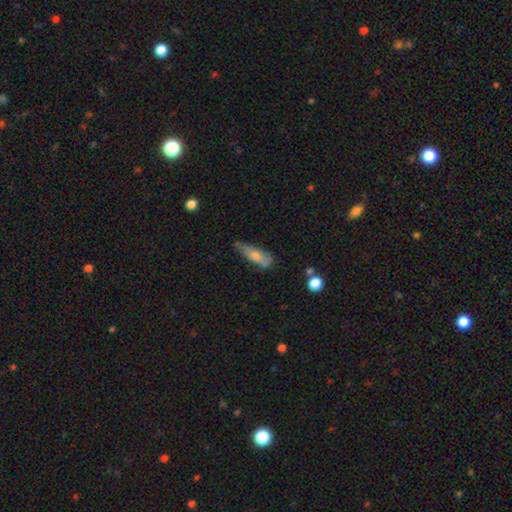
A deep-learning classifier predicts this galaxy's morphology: A smooth galaxy with no disk features (58%) that is cigar-shaped (50%).

Vote fractions:
- Smooth or featured? smooth: 58% / featured or disk: 33% / star or artifact: 8%
- How rounded? cigar-shaped: 50% / in between: 47% / round: 3%
- Merging? none: 48% / minor disturbance: 34% / major disturbance: 12% / merger: 5%